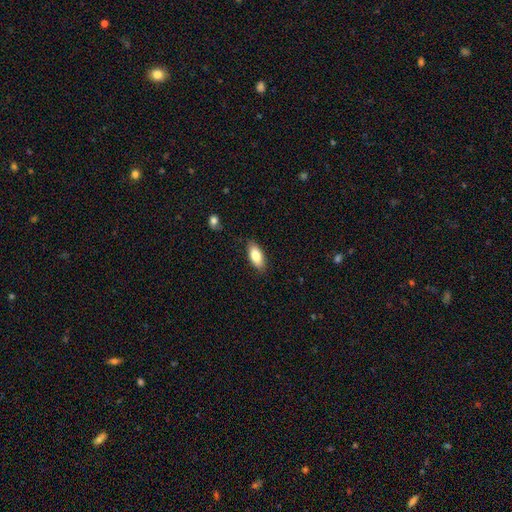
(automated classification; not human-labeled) Overall: smooth (83%). How rounded: in between (86%). Merging: none (85%).